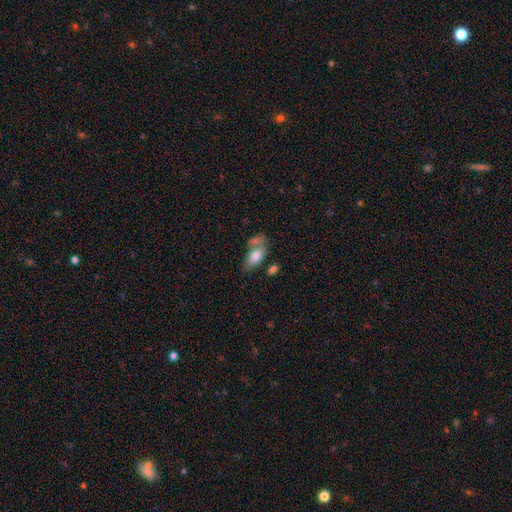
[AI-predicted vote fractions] This is likely a smooth galaxy (75%). How rounded: clearly in between (90%). Merging: marginally none (40%).